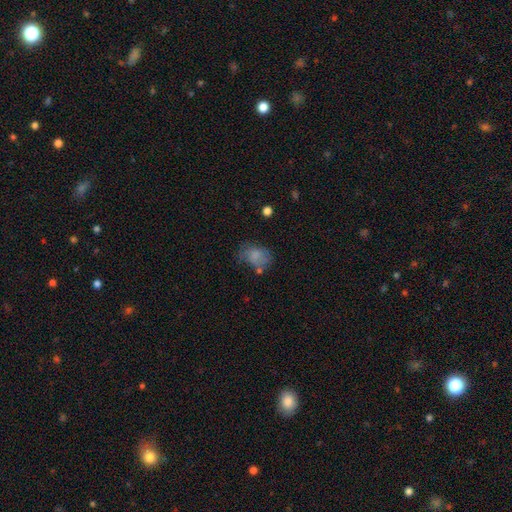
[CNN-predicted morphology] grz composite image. It shows a smooth galaxy with no disk features (71%) that is in between round and cigar-shaped (66%). Merging: none (41%).